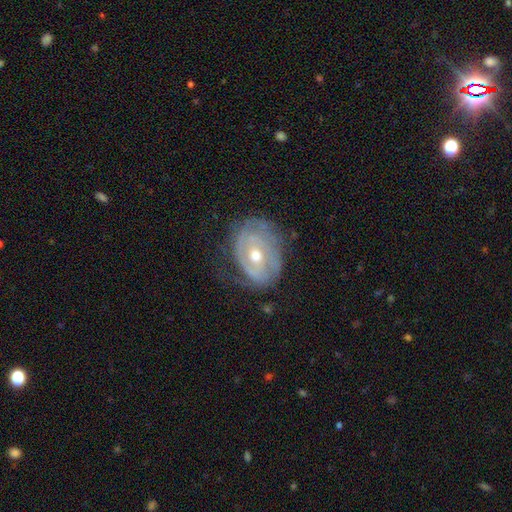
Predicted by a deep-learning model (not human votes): smooth-or-featured: featured or disk: 79% | smooth: 15% | star or artifact: 6%
  disk-edge-on: no: 96% | yes: 4%
    bar: no: 59% | weak: 32% | strong: 9%
    has-spiral-arms: yes: 79% | no: 21%
      spiral-winding: tight: 64% | medium: 25% | loose: 11%
      spiral-arm-count: can't tell: 41% | 2: 34% | 3: 10% | 1: 9% | 4: 4% | more than 4: 3%
    bulge-size: moderate: 72% | small: 22% | large: 4% | none: 1% | dominant: 1%
  merging: none: 62% | minor disturbance: 25% | major disturbance: 12% | merger: 1%